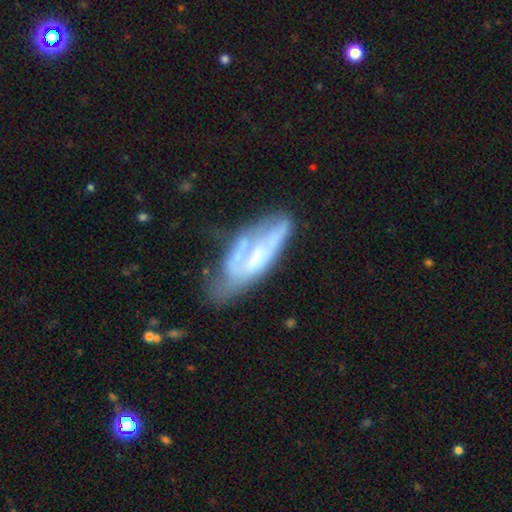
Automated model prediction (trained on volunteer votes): smooth_or_featured: featured or disk (p=0.60) [alt: smooth p=0.32]
disk_edge_on: no (p=0.82) [alt: yes p=0.18]
merging: none (p=0.36) [alt: minor disturbance p=0.29]